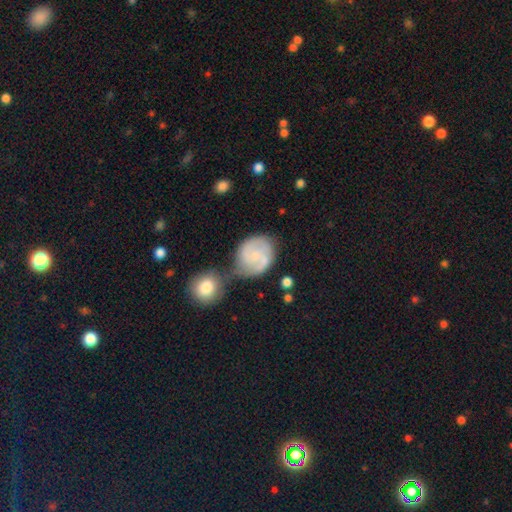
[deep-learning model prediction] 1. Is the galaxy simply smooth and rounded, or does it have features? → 65% featured or disk, 28% smooth, 7% star or artifact.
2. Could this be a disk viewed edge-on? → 98% no, 2% yes.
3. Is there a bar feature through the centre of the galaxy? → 61% no, 34% weak, 5% strong.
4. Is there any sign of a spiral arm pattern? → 89% yes, 11% no.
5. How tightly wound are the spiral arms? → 46% medium, 37% tight, 17% loose.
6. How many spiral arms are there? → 72% 2, 14% can't tell, 7% 3, 3% 1, 2% 4, 2% more than 4.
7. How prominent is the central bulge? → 61% small, 20% moderate, 17% none, 2% large, 1% dominant.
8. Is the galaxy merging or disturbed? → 45% none, 27% merger, 20% minor disturbance, 8% major disturbance.